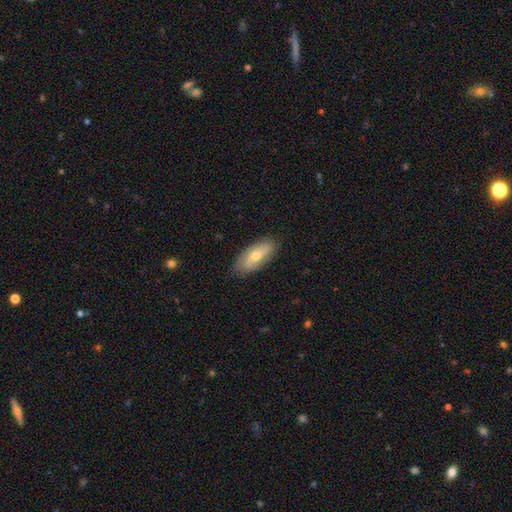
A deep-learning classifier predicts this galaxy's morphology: smooth_or_featured: smooth (p=0.54) [alt: featured or disk p=0.39]
how_rounded: in between (p=0.80) [alt: cigar-shaped p=0.17]
merging: none (p=0.82) [alt: minor disturbance p=0.14]